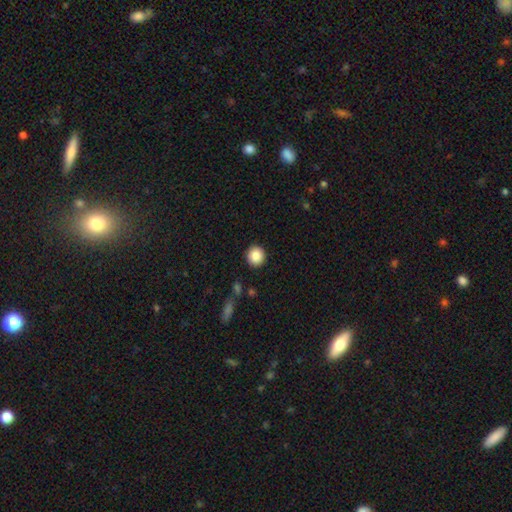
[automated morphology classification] This appears to be a smooth galaxy with no disk features (86%) that is round (93%). Merging: none (91%).